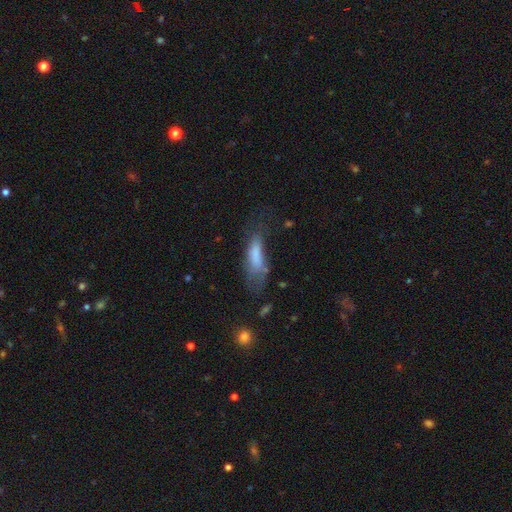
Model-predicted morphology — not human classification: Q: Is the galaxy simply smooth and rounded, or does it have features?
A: smooth — 69%.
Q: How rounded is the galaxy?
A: in between — 53%.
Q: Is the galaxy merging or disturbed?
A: major disturbance — 35%.